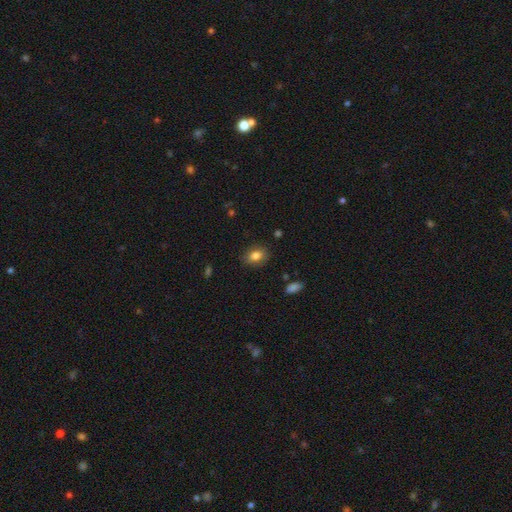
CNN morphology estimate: Q: Smooth or featured?
A: smooth (82%); runner-up: star or artifact (9%)
Q: How rounded?
A: in between (70%); runner-up: round (29%)
Q: Merging?
A: none (83%); runner-up: minor disturbance (12%)